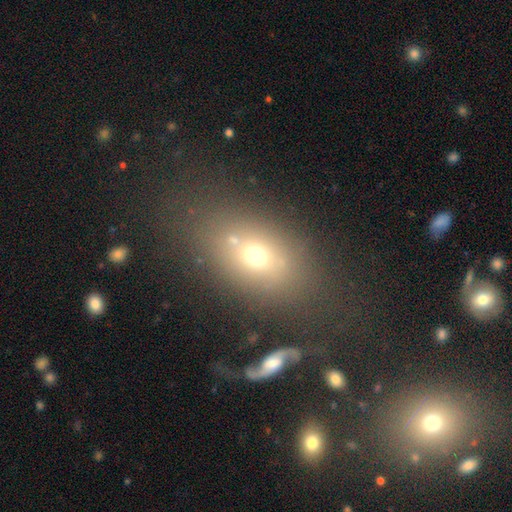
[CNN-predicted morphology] The model was most divided on "smooth or featured": smooth: 63%, featured or disk: 21%, star or artifact: 16%. More confident: how rounded — in between (75%); merging — none (65%).